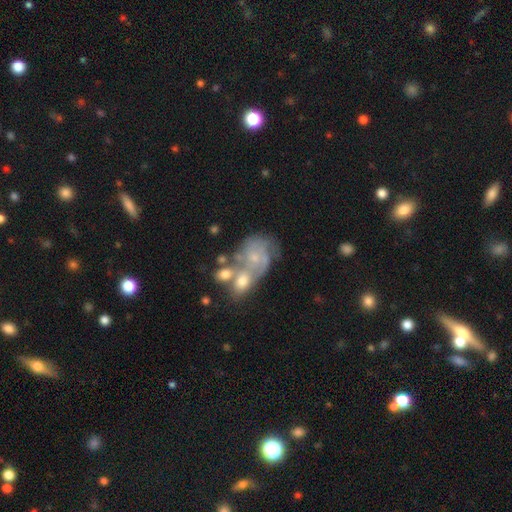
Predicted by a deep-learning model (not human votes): Smooth or featured? Predicted: featured or disk (p=0.62). Edge-on disk? Predicted: no (p=0.97). Bar? Predicted: no (p=0.79). Spiral arms? Predicted: yes (p=0.67). Bulge size? Predicted: small (p=0.60). Merging? Predicted: merger (p=0.45).